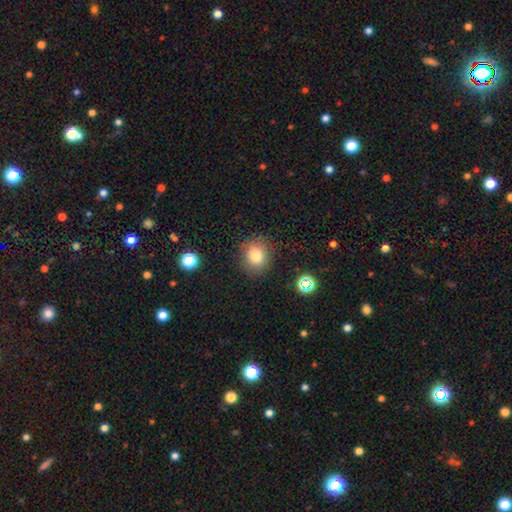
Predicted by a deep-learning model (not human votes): smooth_or_featured: smooth (p=0.79) [alt: star or artifact p=0.13]
how_rounded: round (p=0.80) [alt: in between p=0.19]
merging: none (p=0.85) [alt: minor disturbance p=0.10]